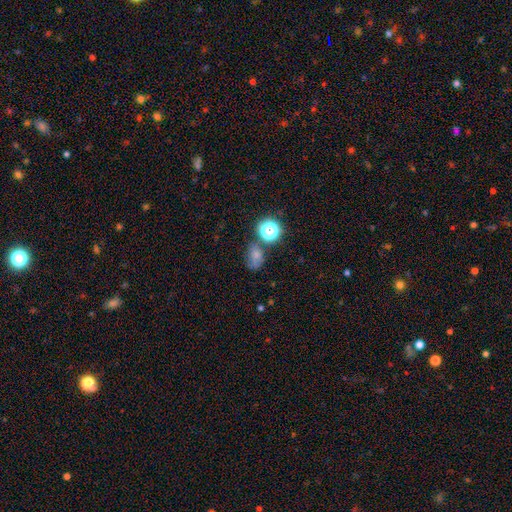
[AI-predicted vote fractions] The model was most divided on "how rounded": in between: 61%, round: 38%, cigar-shaped: 2%. More confident: smooth or featured — smooth (62%); merging — none (51%).